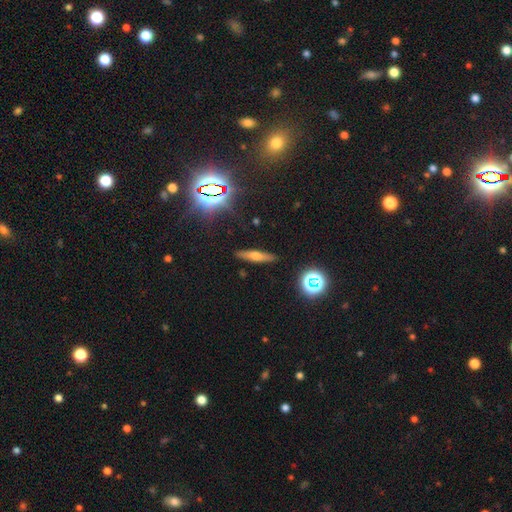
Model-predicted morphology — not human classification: This appears to be a smooth galaxy with no disk features (42%). Merging: none (89%).